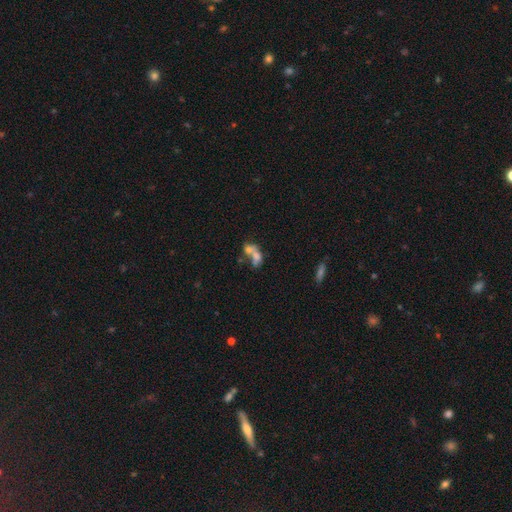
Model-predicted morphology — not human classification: This is possibly a smooth galaxy (55%). How rounded: likely in between (70%). Merging: likely merger (67%).